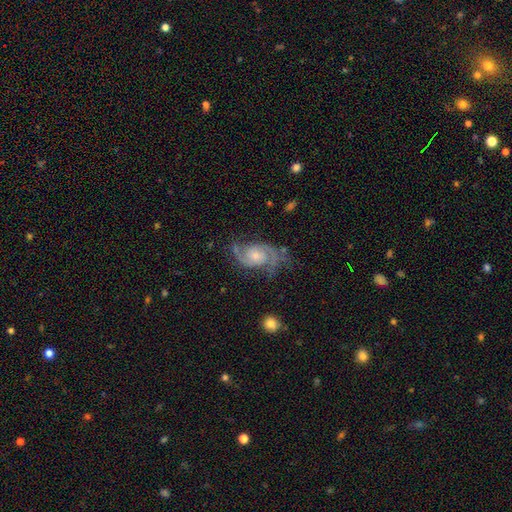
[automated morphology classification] A featured or disk galaxy (90%) with no bar (64%), 2 (88%) medium (53%) spiral arms (98%) and a small central bulge (50%). Merging: none (70%).